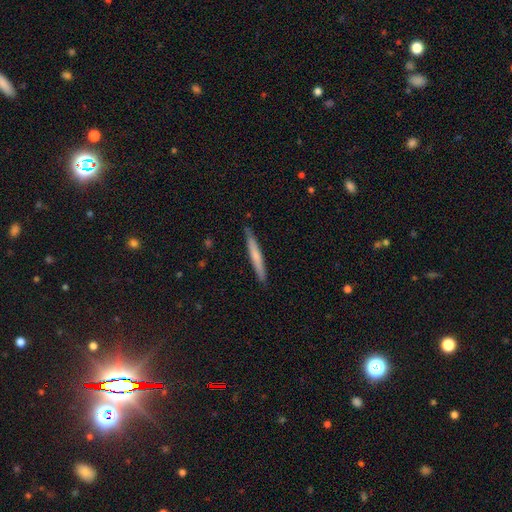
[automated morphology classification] Q: Smooth or featured?
A: smooth (61%); runner-up: featured or disk (34%)
Q: How rounded?
A: cigar-shaped (96%); runner-up: in between (2%)
Q: Merging?
A: none (89%); runner-up: minor disturbance (8%)